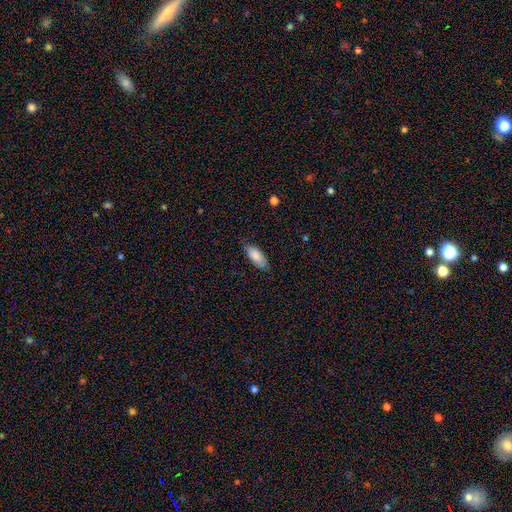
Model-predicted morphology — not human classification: Smooth or featured?
  - smooth: 84% *
  - featured or disk: 10%
  - star or artifact: 6%
How rounded?
  - in between: 83% *
  - cigar-shaped: 15%
  - round: 2%
Merging?
  - none: 77% *
  - minor disturbance: 19%
  - major disturbance: 3%
  - merger: 1%